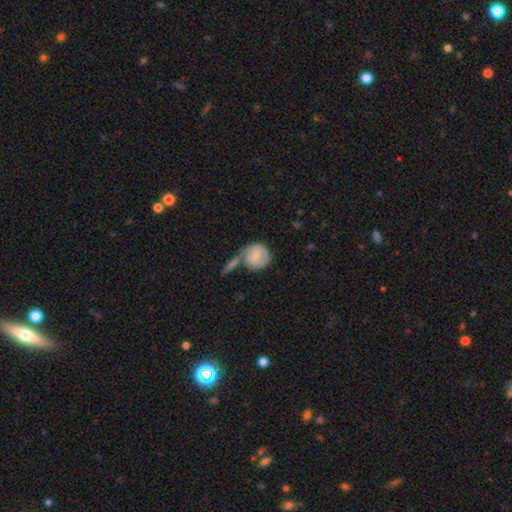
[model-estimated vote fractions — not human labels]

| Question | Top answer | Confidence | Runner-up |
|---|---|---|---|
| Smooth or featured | smooth | 68% | featured or disk (26%) |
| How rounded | round | 88% | in between (11%) |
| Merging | none | 45% | merger (32%) |